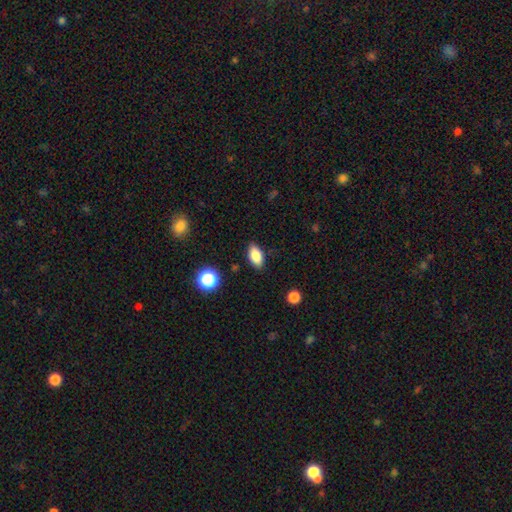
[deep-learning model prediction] This appears to be a smooth galaxy with no disk features (85%) that is in between round and cigar-shaped (89%). Merging: none (86%).